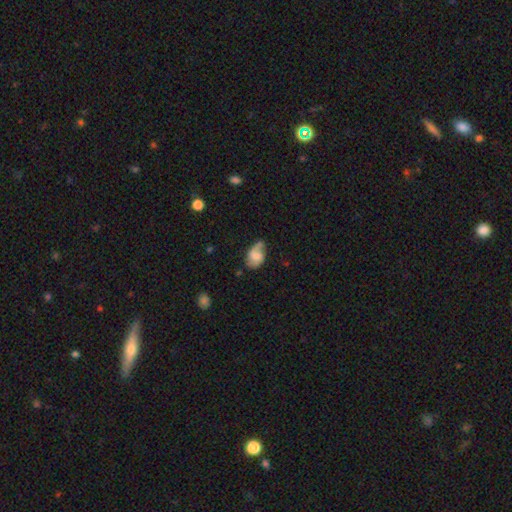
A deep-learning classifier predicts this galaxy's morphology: Overall: smooth (47%; featured or disk 44%). Merging: none (41%; minor disturbance 33%).